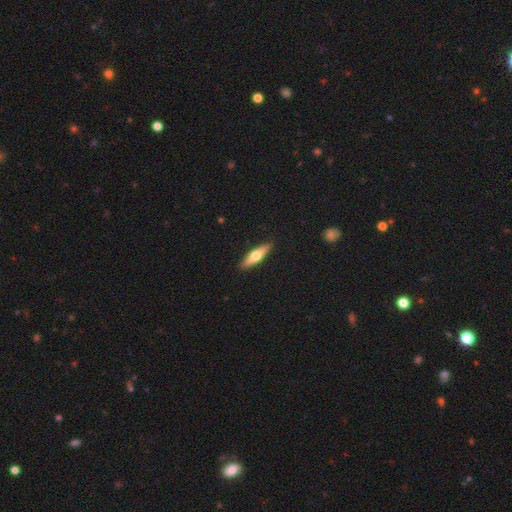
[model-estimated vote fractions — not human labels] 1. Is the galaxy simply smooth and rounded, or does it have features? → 52% smooth, 43% featured or disk, 5% star or artifact.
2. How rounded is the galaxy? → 66% cigar-shaped, 31% in between, 2% round.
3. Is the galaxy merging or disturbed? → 90% none, 7% minor disturbance, 2% major disturbance, 1% merger.